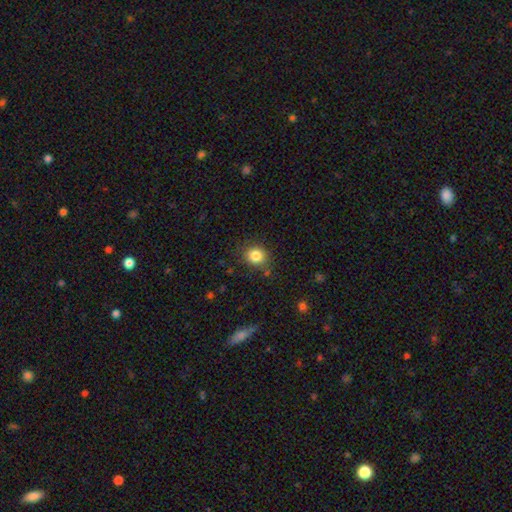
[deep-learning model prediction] Smooth or featured? smooth (83%)
How rounded? round (79%)
Merging? none (81%)